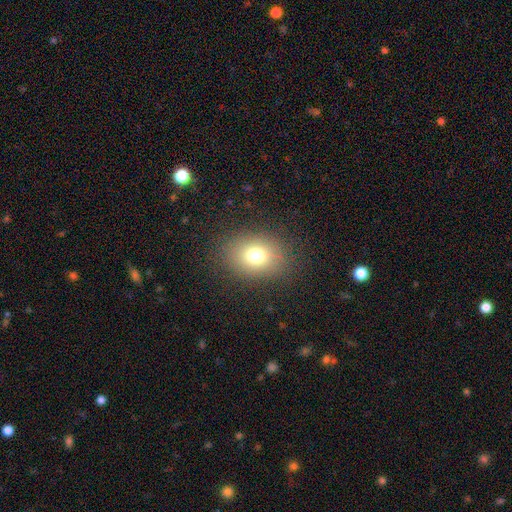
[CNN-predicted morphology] This appears to be a smooth galaxy with no disk features (73%) that is in between round and cigar-shaped (52%). Merging: none (85%).